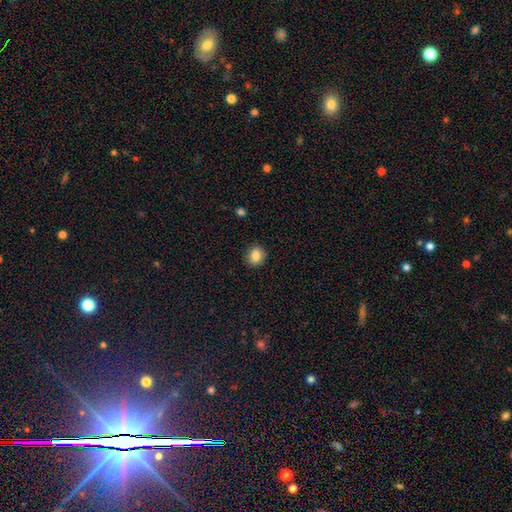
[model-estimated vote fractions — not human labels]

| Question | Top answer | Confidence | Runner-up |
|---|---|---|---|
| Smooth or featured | smooth | 86% | star or artifact (9%) |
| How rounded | round | 70% | in between (29%) |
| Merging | none | 89% | minor disturbance (8%) |